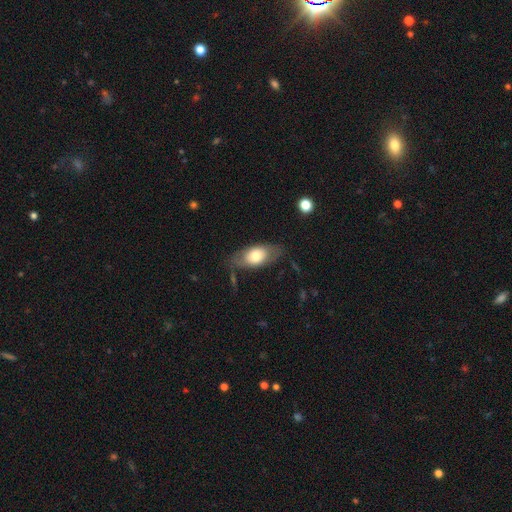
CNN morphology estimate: A smooth galaxy with no disk features (63%) that is in between round and cigar-shaped (87%).

Vote fractions:
- Smooth or featured? smooth: 63% / featured or disk: 30% / star or artifact: 6%
- How rounded? in between: 87% / cigar-shaped: 6% / round: 6%
- Merging? none: 69% / minor disturbance: 20% / major disturbance: 9% / merger: 3%